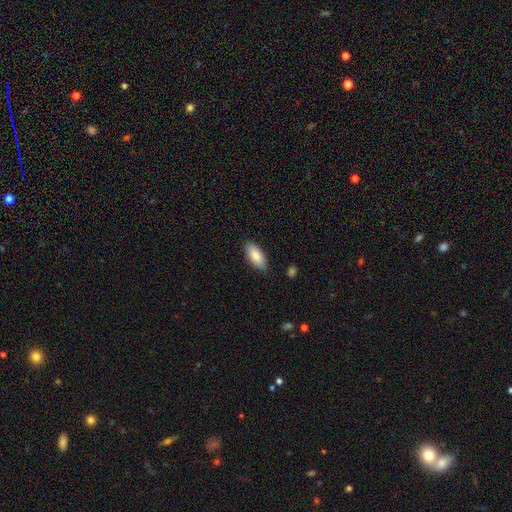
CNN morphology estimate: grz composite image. It shows a smooth galaxy with no disk features (85%) that is in between round and cigar-shaped (87%). Merging: none (86%).